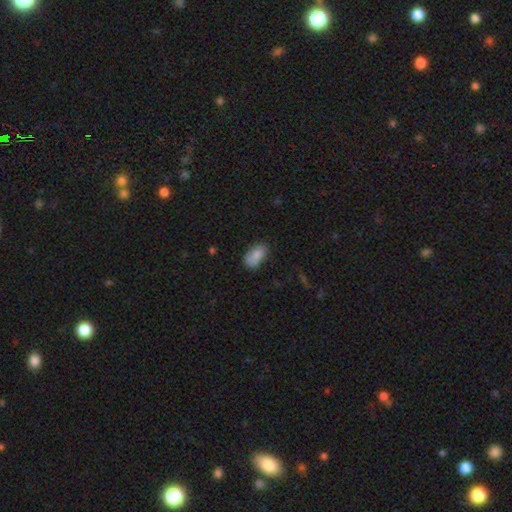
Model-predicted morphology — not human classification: This is clearly a smooth galaxy (82%). How rounded: clearly in between (91%). Merging: likely none (63%).